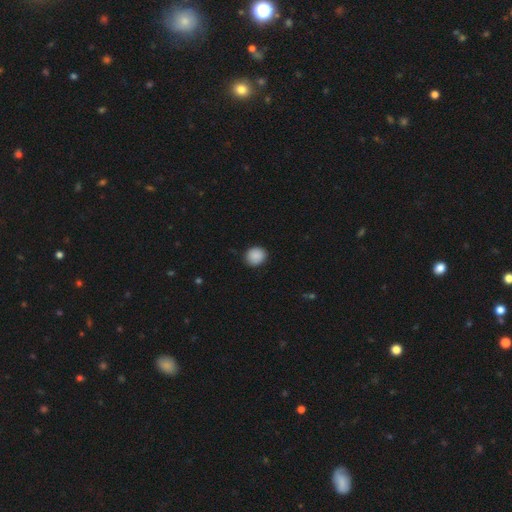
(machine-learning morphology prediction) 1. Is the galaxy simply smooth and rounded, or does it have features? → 88% smooth, 8% star or artifact, 4% featured or disk.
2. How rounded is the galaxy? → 81% round, 19% in between, 1% cigar-shaped.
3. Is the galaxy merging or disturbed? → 88% none, 9% minor disturbance, 2% major disturbance, 1% merger.